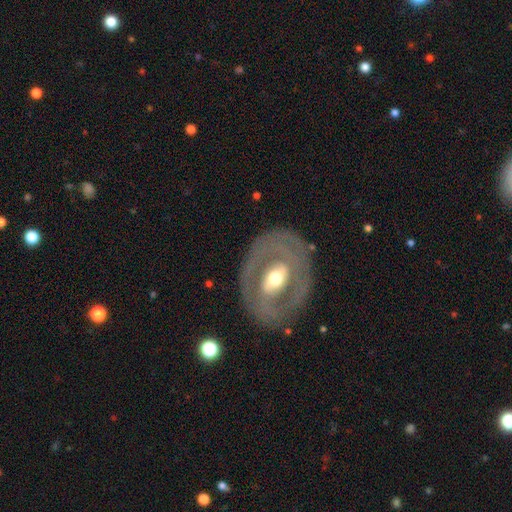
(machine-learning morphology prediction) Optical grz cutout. It shows a featured or disk galaxy (77%) with a weak bar (38%), spiral arms (51%) and a moderate central bulge (67%). Merging: none (76%).